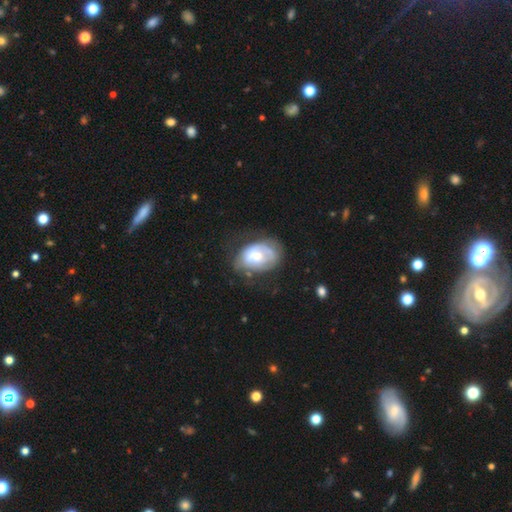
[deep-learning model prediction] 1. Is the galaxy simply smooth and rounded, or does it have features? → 54% featured or disk, 39% smooth, 7% star or artifact.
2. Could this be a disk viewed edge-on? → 96% no, 4% yes.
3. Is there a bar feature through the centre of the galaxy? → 75% no, 20% weak, 5% strong.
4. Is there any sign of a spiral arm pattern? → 60% no, 40% yes.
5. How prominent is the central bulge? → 55% moderate, 33% small, 8% large, 3% none, 1% dominant.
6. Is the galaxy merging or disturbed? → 43% none, 30% minor disturbance, 22% major disturbance, 6% merger.